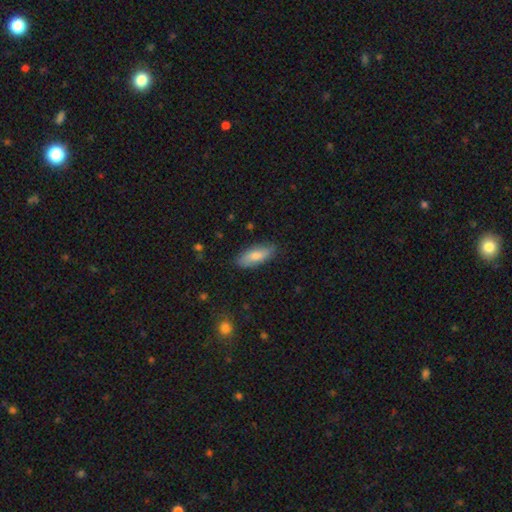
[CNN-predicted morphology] Smooth or featured?
  - smooth: 77% *
  - featured or disk: 18%
  - star or artifact: 6%
How rounded?
  - in between: 74% *
  - cigar-shaped: 24%
  - round: 2%
Merging?
  - none: 81% *
  - minor disturbance: 15%
  - major disturbance: 3%
  - merger: 1%